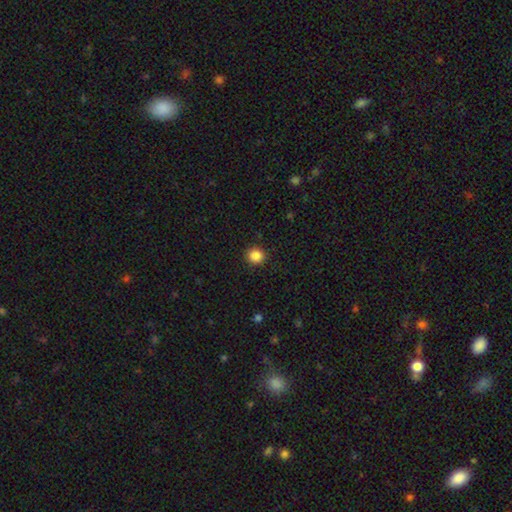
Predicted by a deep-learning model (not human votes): Smooth or featured? Predicted: smooth (p=0.86). How rounded? Predicted: round (p=0.92). Merging? Predicted: none (p=0.92).